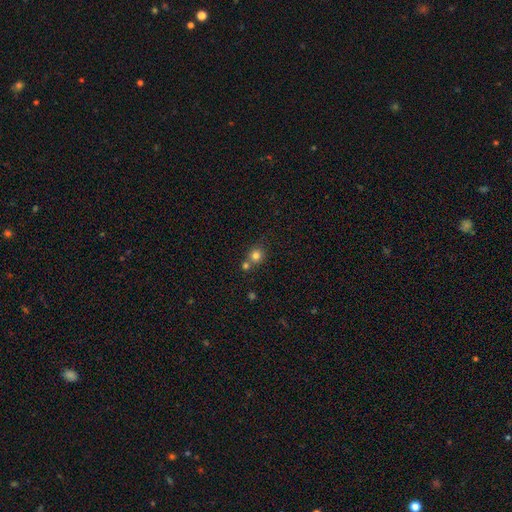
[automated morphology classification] Q: Smooth or featured?
A: smooth (79%); runner-up: star or artifact (13%)
Q: How rounded?
A: round (87%); runner-up: in between (12%)
Q: Merging?
A: none (56%); runner-up: merger (33%)